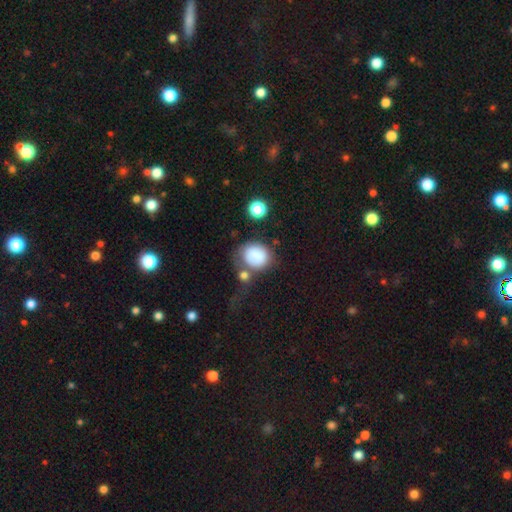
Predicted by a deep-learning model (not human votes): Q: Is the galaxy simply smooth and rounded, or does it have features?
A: smooth — 81%.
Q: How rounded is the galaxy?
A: round — 67%.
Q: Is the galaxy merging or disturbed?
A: none — 48%.